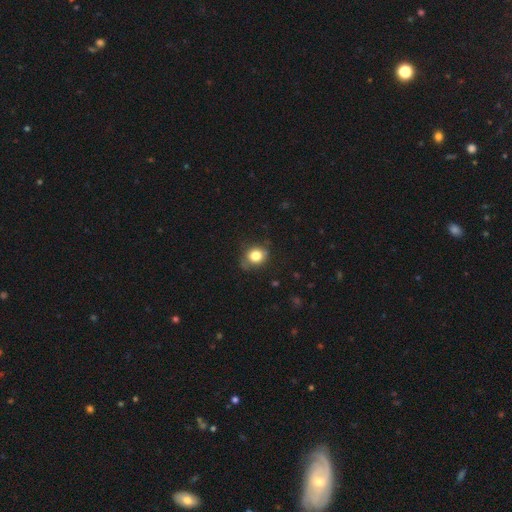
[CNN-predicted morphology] Smooth or featured: smooth — 81% (star or artifact — 10%)
How rounded: round — 73% (in between — 26%)
Merging: none — 71% (minor disturbance — 22%)